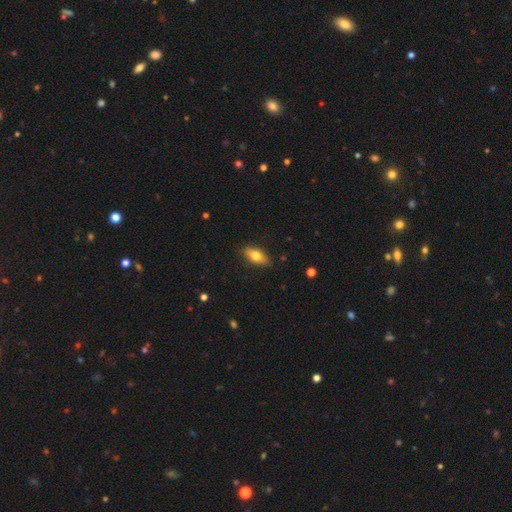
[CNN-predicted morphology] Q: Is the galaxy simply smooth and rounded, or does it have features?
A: smooth — 71%.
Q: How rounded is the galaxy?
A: in between — 80%.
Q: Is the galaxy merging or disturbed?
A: none — 86%.